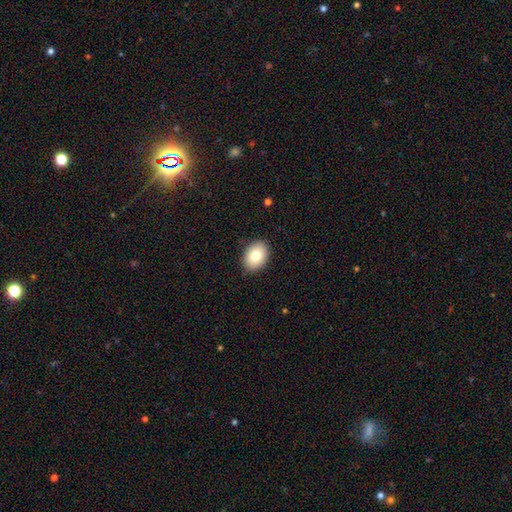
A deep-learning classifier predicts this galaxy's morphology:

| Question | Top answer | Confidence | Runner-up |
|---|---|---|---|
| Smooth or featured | smooth | 79% | featured or disk (13%) |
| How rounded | in between | 70% | round (29%) |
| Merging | none | 88% | minor disturbance (9%) |